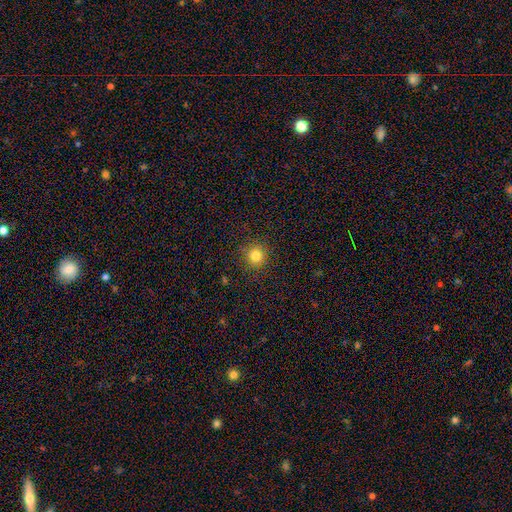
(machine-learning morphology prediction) Smooth or featured? smooth (82%)
How rounded? round (94%)
Merging? none (90%)